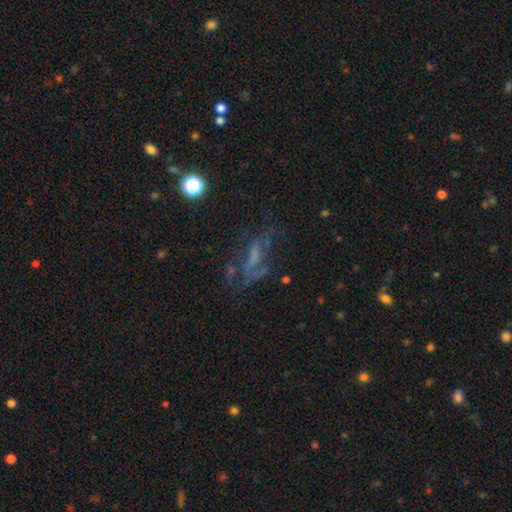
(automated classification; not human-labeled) This appears to be a featured or disk galaxy (52%). Merging: none (45%).